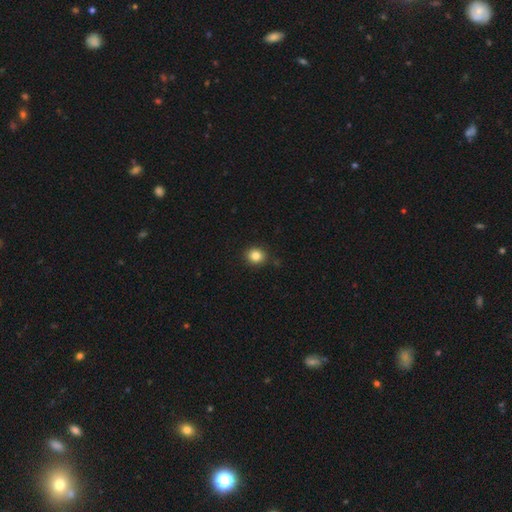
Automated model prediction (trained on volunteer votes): smooth-or-featured: smooth: 84% | star or artifact: 11% | featured or disk: 5%
  how-rounded: round: 81% | in between: 18% | cigar-shaped: 1%
  merging: none: 88% | minor disturbance: 8% | major disturbance: 2% | merger: 1%